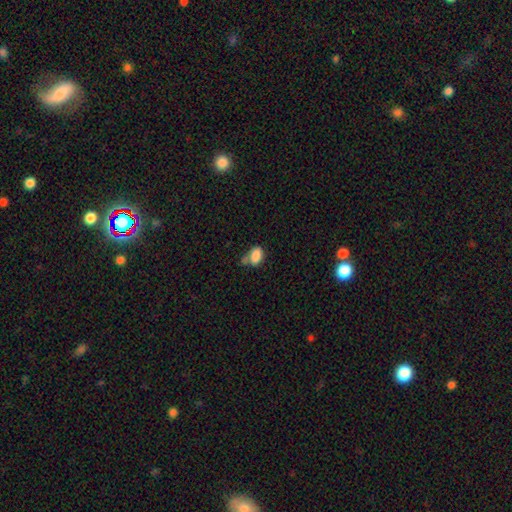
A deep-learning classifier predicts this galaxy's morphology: The model was most divided on "merging": none: 46%, minor disturbance: 24%, merger: 21%, major disturbance: 9%. More confident: how rounded — in between (88%); smooth or featured — smooth (85%).